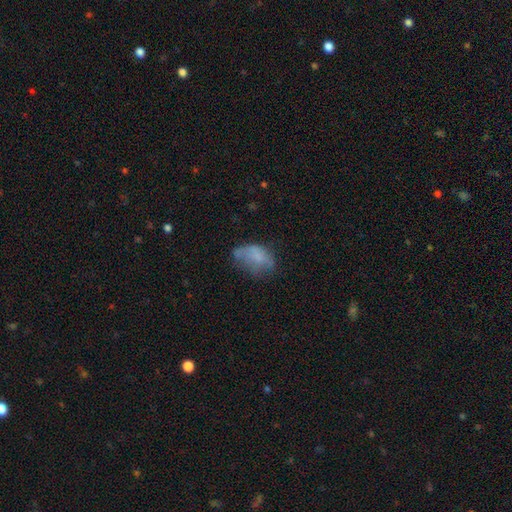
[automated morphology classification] A smooth galaxy with no disk features (63%) that is in between round and cigar-shaped (88%). Merging: none (36%).